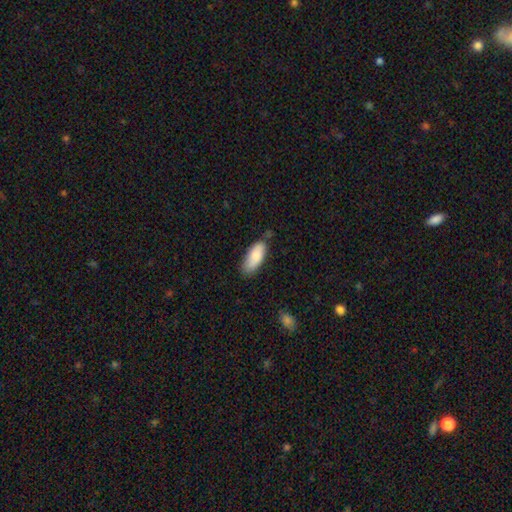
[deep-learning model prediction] smooth-or-featured: smooth: 84% | featured or disk: 10% | star or artifact: 6%
  how-rounded: in between: 83% | cigar-shaped: 15% | round: 2%
  merging: none: 68% | minor disturbance: 25% | major disturbance: 4% | merger: 3%